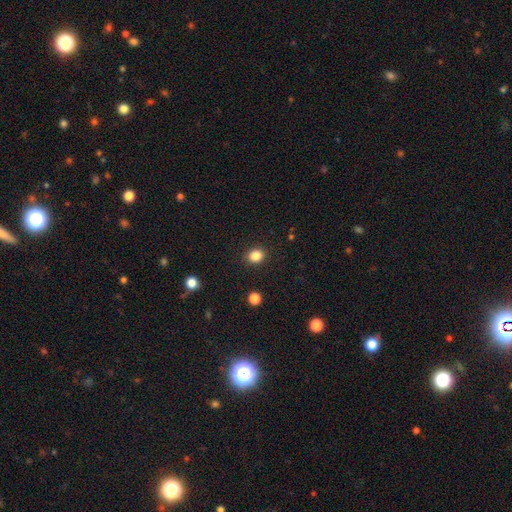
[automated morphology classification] smooth 85%, star or artifact 11%, featured or disk 4%. Down the decision tree: how rounded — round (62%); merging — none (90%).